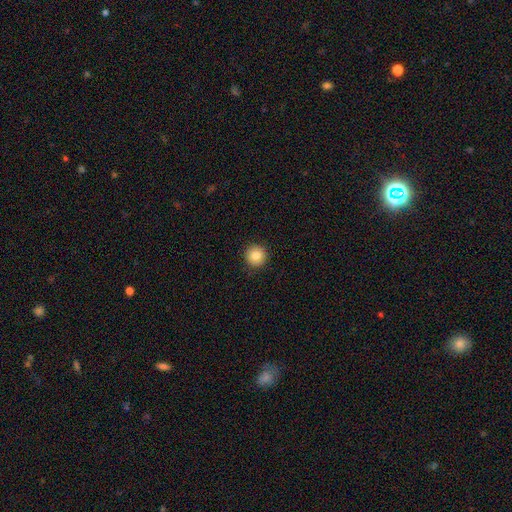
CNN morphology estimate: The model was most divided on "smooth or featured": smooth: 85%, star or artifact: 9%, featured or disk: 6%. More confident: how rounded — round (95%); merging — none (92%).